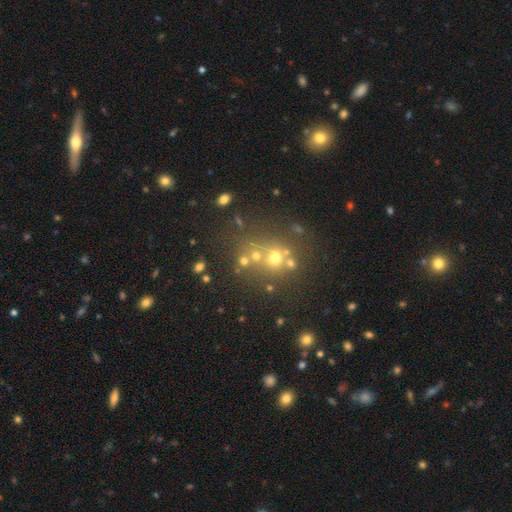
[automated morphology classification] Smooth or featured? smooth (57%)
How rounded? round (82%)
Merging? none (59%)